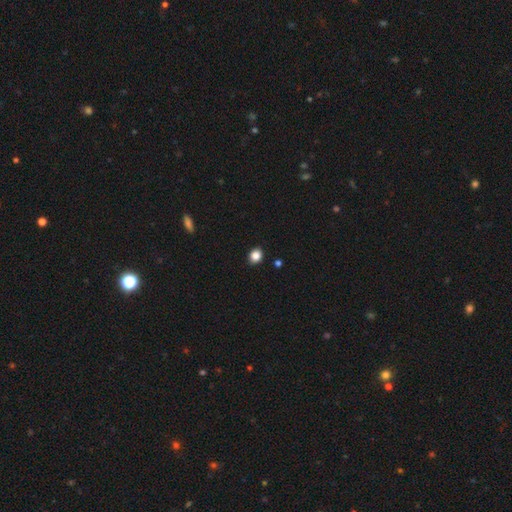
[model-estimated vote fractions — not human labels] Overall: smooth (85%). How rounded: round (57%; in between 42%). Merging: none (89%).